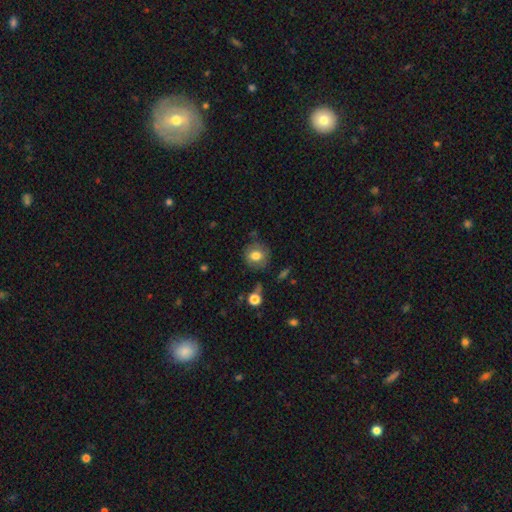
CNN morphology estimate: type=smooth (75%); roundness=round (84%); merging=none (75%).